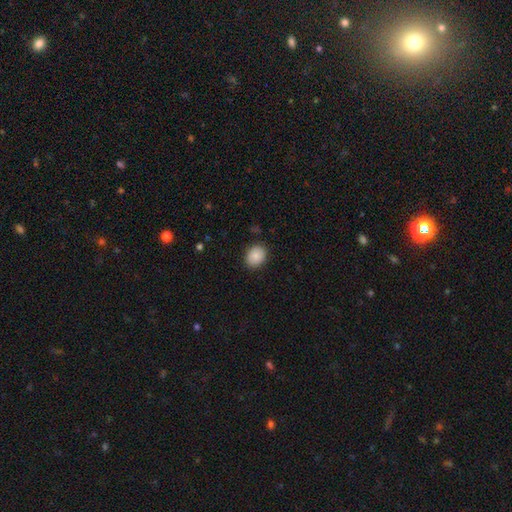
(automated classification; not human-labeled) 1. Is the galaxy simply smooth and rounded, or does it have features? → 87% smooth, 8% star or artifact, 5% featured or disk.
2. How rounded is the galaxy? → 52% round, 47% in between, 1% cigar-shaped.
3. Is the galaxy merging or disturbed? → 88% none, 9% minor disturbance, 2% major disturbance, 1% merger.